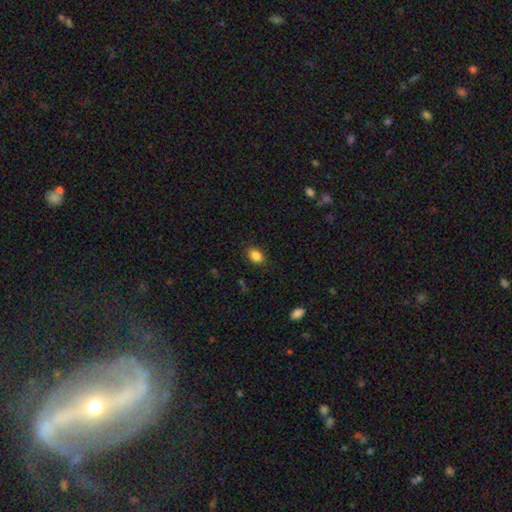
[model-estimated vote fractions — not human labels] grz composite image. It shows a smooth galaxy with no disk features (86%) that is in between round and cigar-shaped (77%). Merging: none (86%).